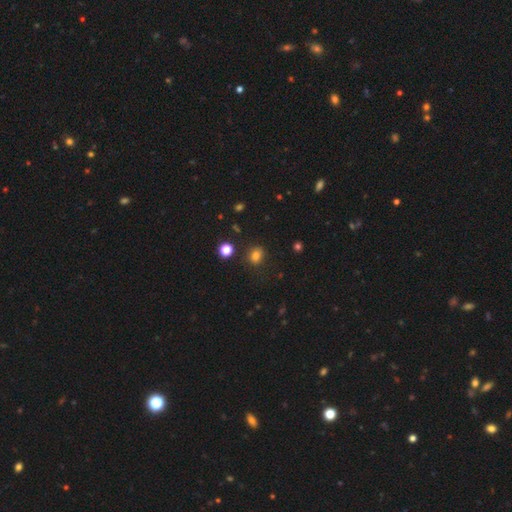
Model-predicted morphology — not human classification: Smooth or featured? smooth (80%)
How rounded? round (58%)
Merging? none (82%)